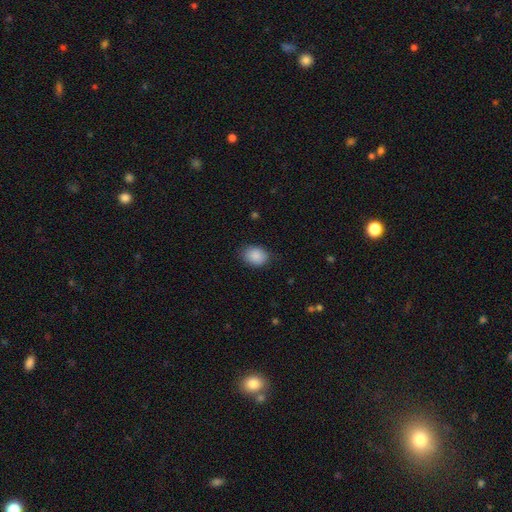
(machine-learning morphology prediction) A smooth galaxy with no disk features (89%) that is in between round and cigar-shaped (60%).

Vote fractions:
- Smooth or featured? smooth: 89% / star or artifact: 8% / featured or disk: 4%
- How rounded? in between: 60% / round: 39% / cigar-shaped: 1%
- Merging? none: 81% / minor disturbance: 15% / major disturbance: 3% / merger: 1%